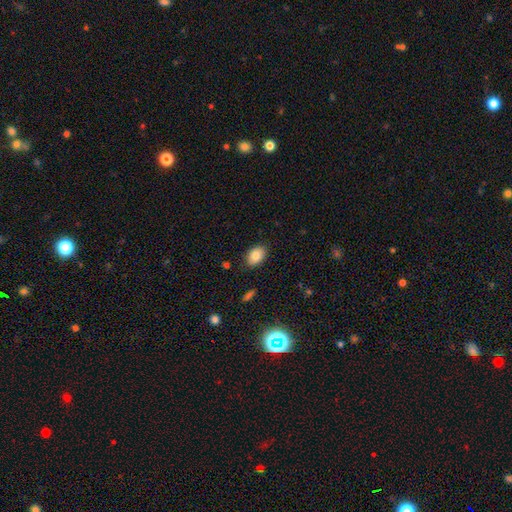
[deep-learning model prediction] Q: Smooth or featured?
A: smooth (81%); runner-up: featured or disk (10%)
Q: How rounded?
A: in between (81%); runner-up: round (18%)
Q: Merging?
A: none (84%); runner-up: minor disturbance (12%)